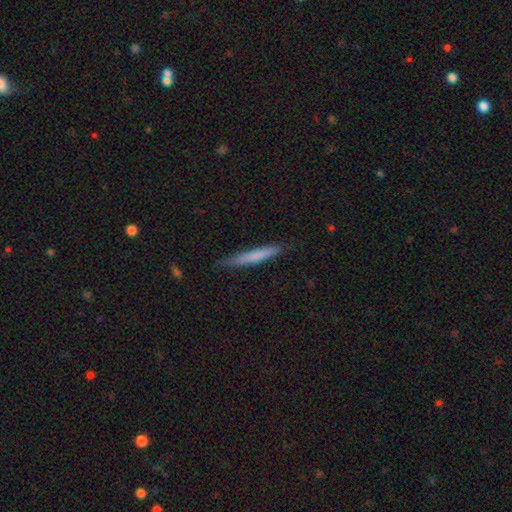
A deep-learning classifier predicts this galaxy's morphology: This is likely a smooth galaxy (69%). How rounded: clearly cigar-shaped (96%). Merging: clearly none (84%).